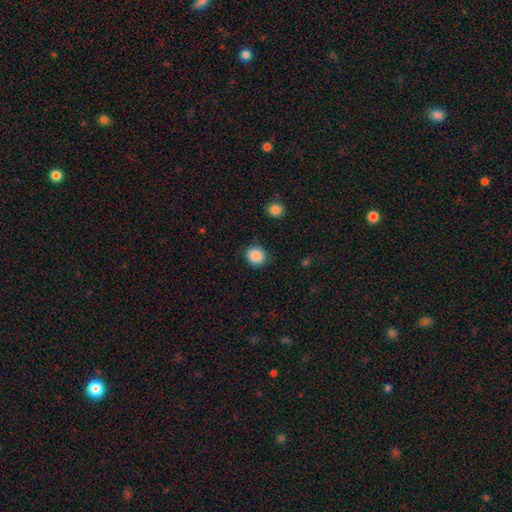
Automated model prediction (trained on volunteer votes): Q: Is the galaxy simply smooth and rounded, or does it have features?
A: smooth — 89%.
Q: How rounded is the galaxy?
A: round — 87%.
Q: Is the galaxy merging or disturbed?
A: none — 87%.